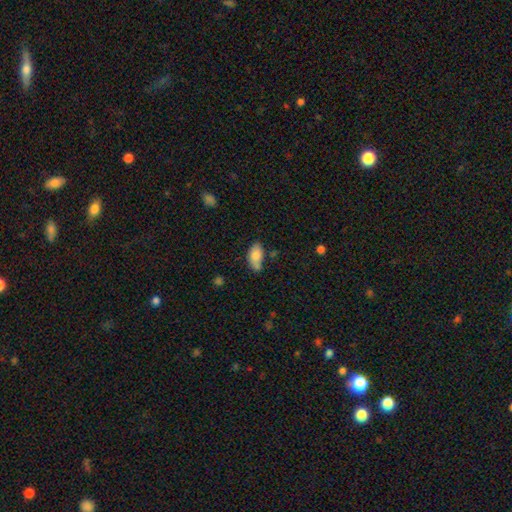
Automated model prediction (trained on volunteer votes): smooth 81%, featured or disk 11%, star or artifact 8%. Down the decision tree: how rounded — in between (92%); merging — none (57%).